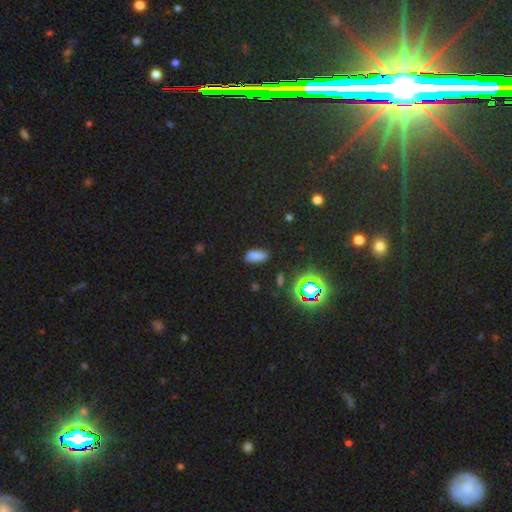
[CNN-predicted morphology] This is likely a smooth galaxy (73%). How rounded: likely in between (77%). Merging: likely none (79%).